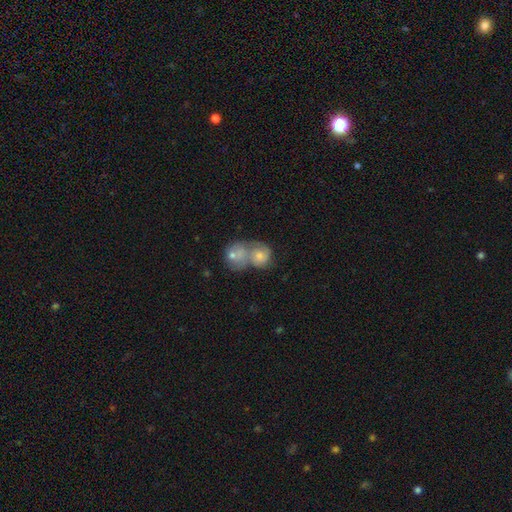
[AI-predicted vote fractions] A smooth galaxy with no disk features (46%).

Vote fractions:
- Smooth or featured? smooth: 46% / featured or disk: 41% / star or artifact: 13%
- Merging? merger: 68% / none: 21% / minor disturbance: 7% / major disturbance: 4%